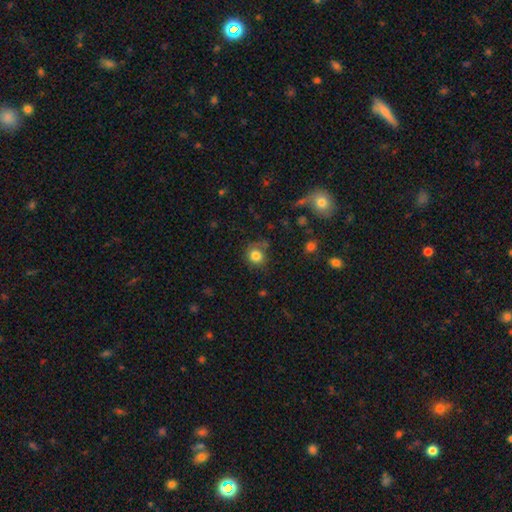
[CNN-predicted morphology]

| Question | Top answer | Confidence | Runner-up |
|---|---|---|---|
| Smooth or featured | smooth | 82% | star or artifact (12%) |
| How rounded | round | 83% | in between (16%) |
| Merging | none | 73% | minor disturbance (17%) |